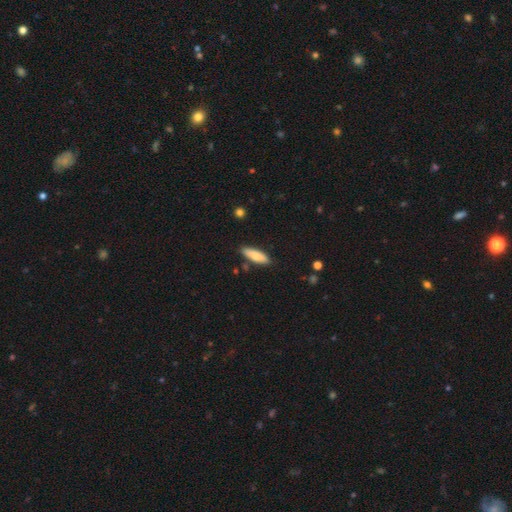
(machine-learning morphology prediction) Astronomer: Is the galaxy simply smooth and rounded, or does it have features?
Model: smooth — 79%.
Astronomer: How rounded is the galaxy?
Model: cigar-shaped — 51% (runner-up: in between, 47%).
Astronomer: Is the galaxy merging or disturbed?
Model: none — 84%.